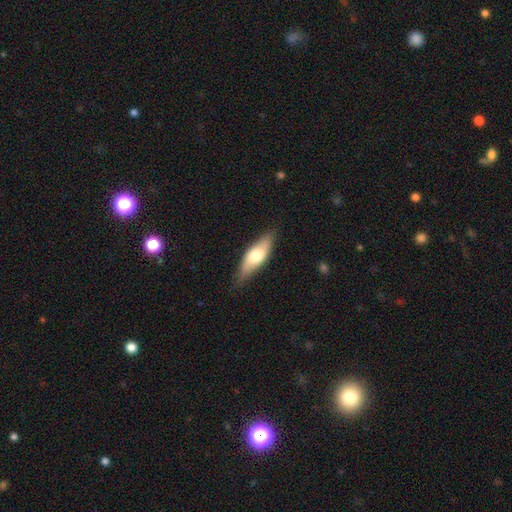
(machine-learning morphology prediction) smooth-or-featured: smooth: 62% | featured or disk: 33% | star or artifact: 6%
  how-rounded: in between: 63% | cigar-shaped: 35% | round: 2%
  merging: none: 76% | minor disturbance: 19% | major disturbance: 3% | merger: 1%